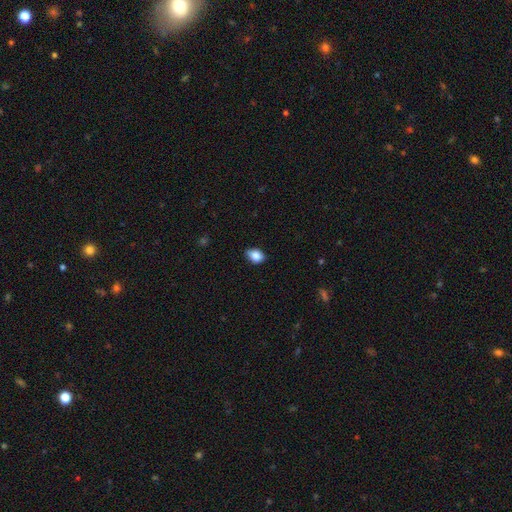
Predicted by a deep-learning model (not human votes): Smooth or featured? smooth (86%)
How rounded? in between (73%)
Merging? none (75%)